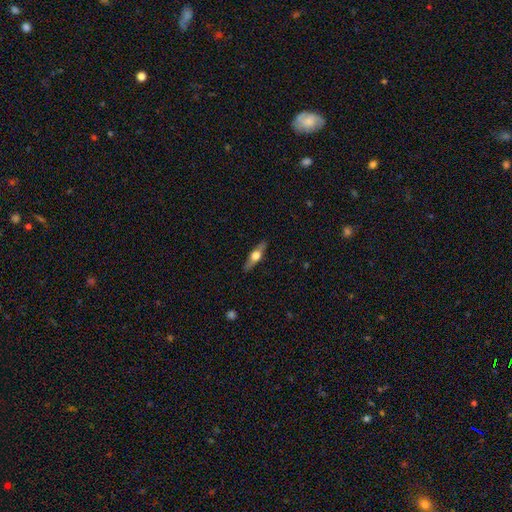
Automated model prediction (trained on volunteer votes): Overall: featured or disk (57%; smooth 37%). Edge-on disk: yes (93%). Edge-on bulge: rounded (93%). Merging: none (88%).